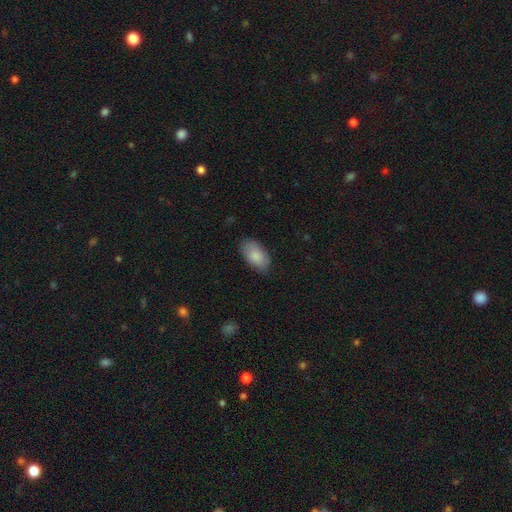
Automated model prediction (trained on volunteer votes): Q: Smooth or featured?
A: smooth (85%); runner-up: featured or disk (9%)
Q: How rounded?
A: in between (94%); runner-up: round (3%)
Q: Merging?
A: none (78%); runner-up: minor disturbance (18%)